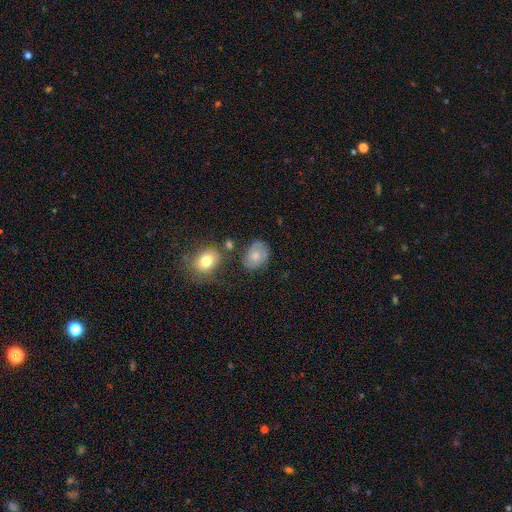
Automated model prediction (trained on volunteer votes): Smooth or featured?
  - smooth: 61% *
  - featured or disk: 30%
  - star or artifact: 9%
How rounded?
  - in between: 61% *
  - round: 38%
  - cigar-shaped: 1%
Merging?
  - none: 59% *
  - minor disturbance: 24%
  - major disturbance: 10%
  - merger: 8%